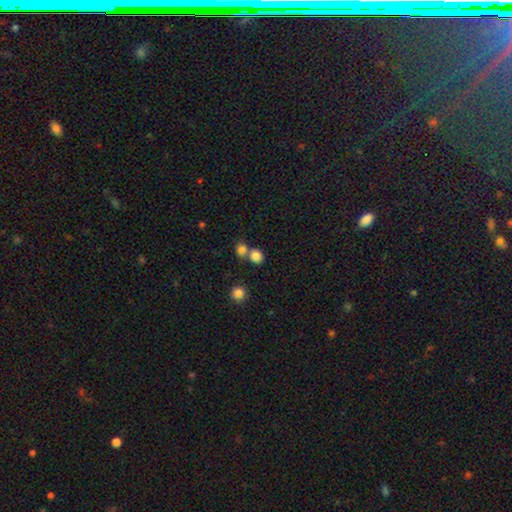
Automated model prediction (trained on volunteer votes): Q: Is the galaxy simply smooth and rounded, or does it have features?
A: smooth — 83%.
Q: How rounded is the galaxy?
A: round — 75%.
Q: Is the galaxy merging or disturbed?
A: none — 51%.